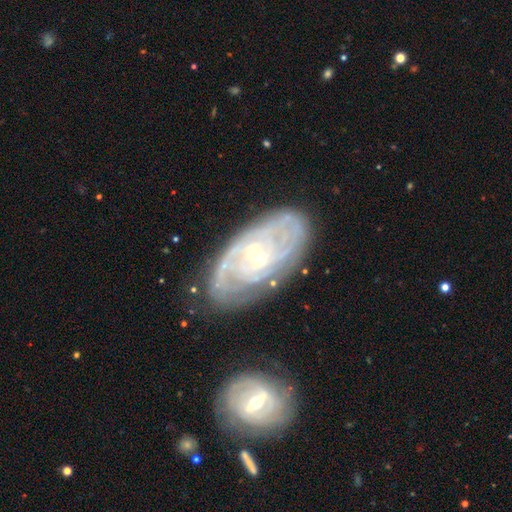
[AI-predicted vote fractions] The model was most divided on "bar" (2-way tie): weak: 43%, no: 43%, strong: 14%. Remaining: spiral arms — yes (95%); edge-on disk — no (94%); smooth or featured — featured or disk (86%); merging — none (72%); spiral winding — tight (67%); bulge size — small (59%); spiral arm count — can't tell (35%).